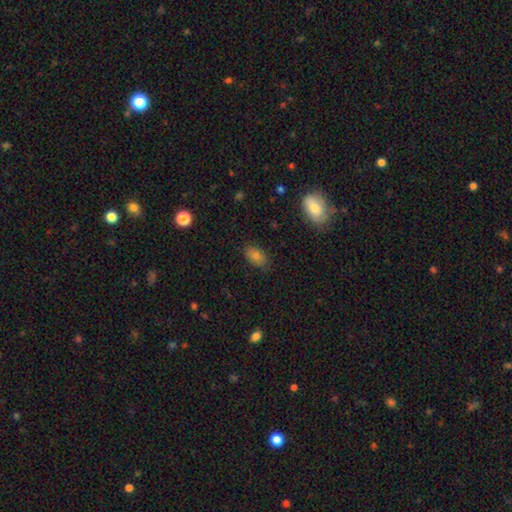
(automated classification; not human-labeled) This appears to be a smooth galaxy with no disk features (77%) that is in between round and cigar-shaped (89%). Merging: none (81%).